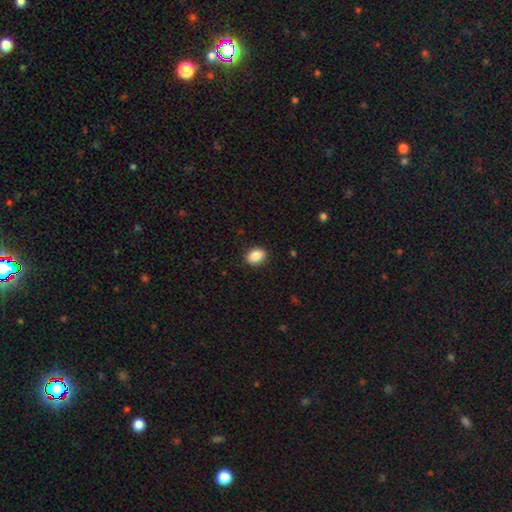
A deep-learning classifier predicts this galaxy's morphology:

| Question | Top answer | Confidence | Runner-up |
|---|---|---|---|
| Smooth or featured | smooth | 88% | star or artifact (8%) |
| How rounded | in between | 79% | round (20%) |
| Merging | none | 89% | minor disturbance (8%) |